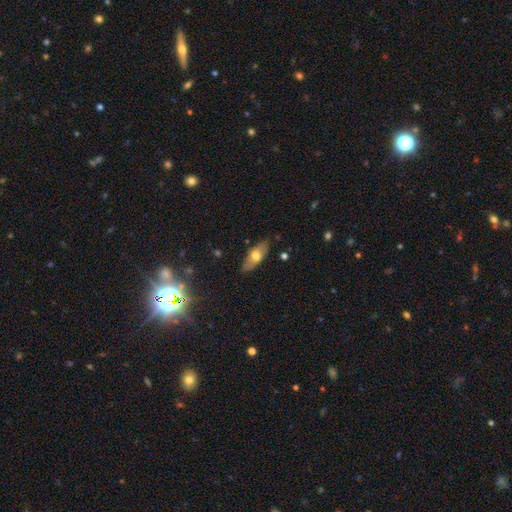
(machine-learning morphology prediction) Smooth or featured?
  - smooth: 61% *
  - featured or disk: 33%
  - star or artifact: 7%
How rounded?
  - in between: 75% *
  - cigar-shaped: 22%
  - round: 3%
Merging?
  - none: 81% *
  - minor disturbance: 15%
  - major disturbance: 3%
  - merger: 2%